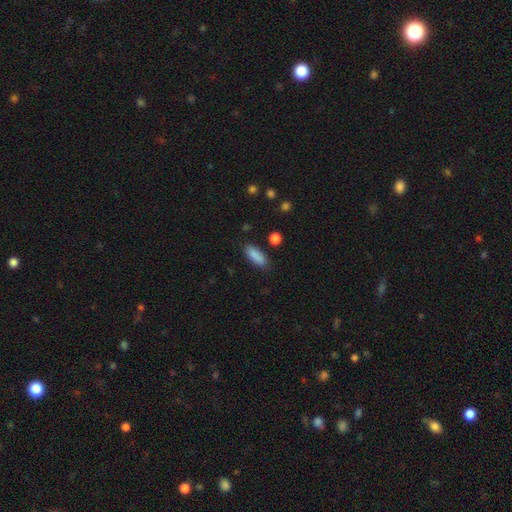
Volunteers were most divided on "how rounded": cigar-shaped: 58%, in between: 42%, round: 0%. More confident: smooth or featured — smooth (85%); merging — none (84%).